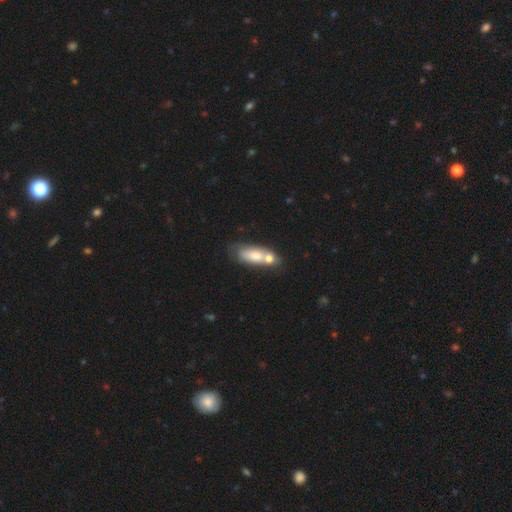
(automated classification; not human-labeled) The model was most divided on "merging": merger: 48%, none: 32%, minor disturbance: 13%, major disturbance: 6%. More confident: how rounded — in between (70%); smooth or featured — smooth (66%).